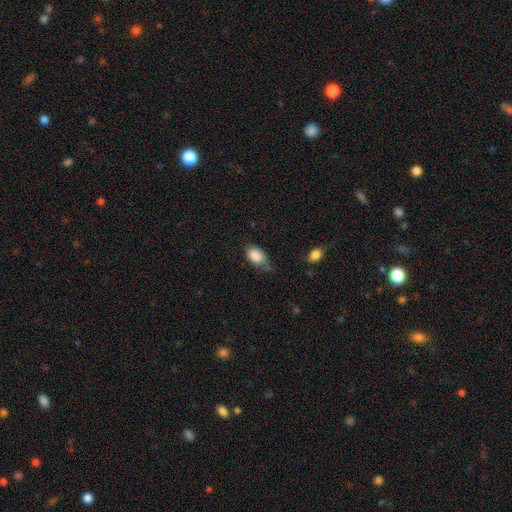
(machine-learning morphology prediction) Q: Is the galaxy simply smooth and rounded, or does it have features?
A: smooth — 86%.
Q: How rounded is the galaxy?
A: in between — 89%.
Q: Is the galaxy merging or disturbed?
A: none — 48%.